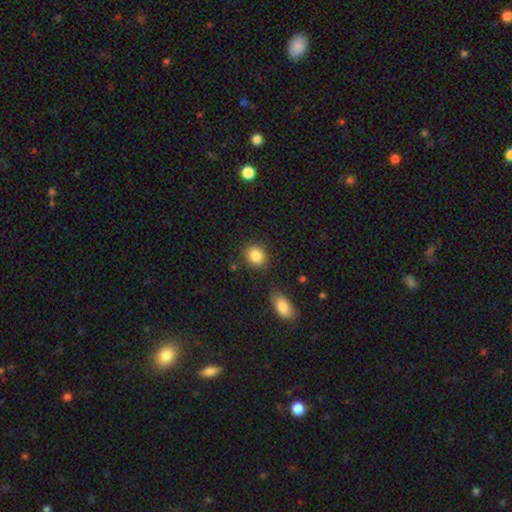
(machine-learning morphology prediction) Smooth or featured? Predicted: smooth (p=0.87). How rounded? Predicted: round (p=0.59). Merging? Predicted: none (p=0.82).